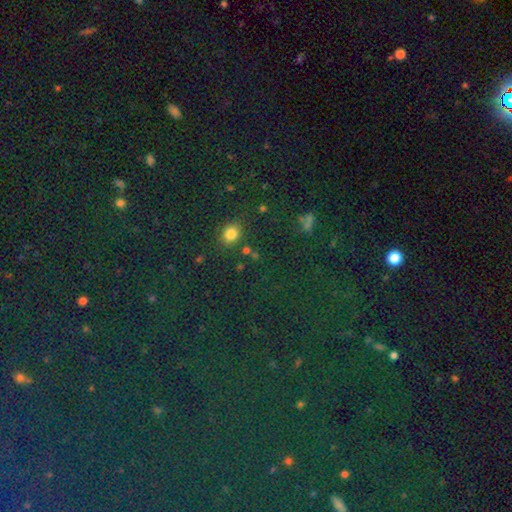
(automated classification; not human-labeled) A smooth galaxy with no disk features (67%) that is in between round and cigar-shaped (51%). Merging: none (85%).